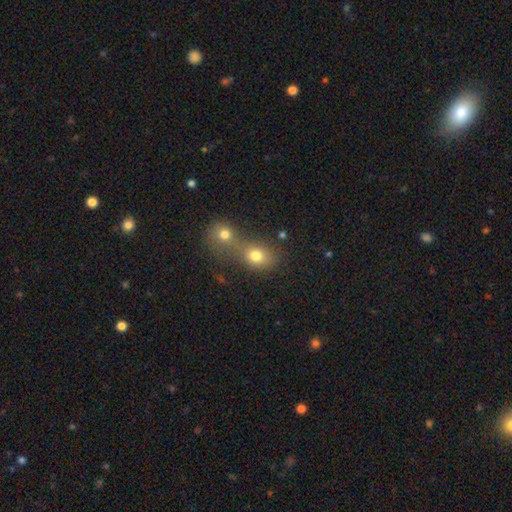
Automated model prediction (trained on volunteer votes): Smooth or featured? Predicted: smooth (p=0.76). How rounded? Predicted: round (p=0.59). Merging? Predicted: merger (p=0.62).